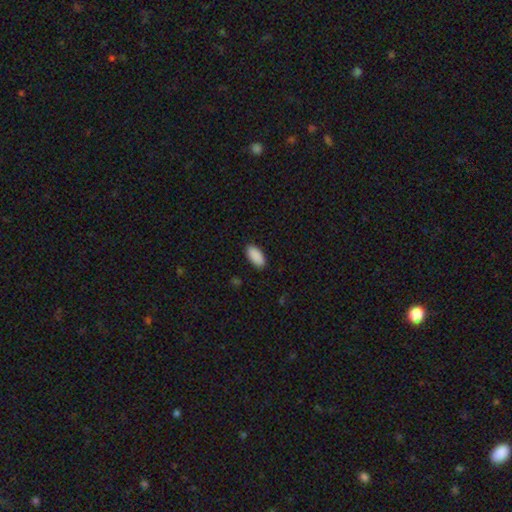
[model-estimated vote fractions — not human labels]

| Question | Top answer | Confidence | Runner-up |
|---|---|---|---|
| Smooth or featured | smooth | 91% | star or artifact (6%) |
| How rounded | in between | 93% | cigar-shaped (5%) |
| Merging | none | 90% | minor disturbance (8%) |